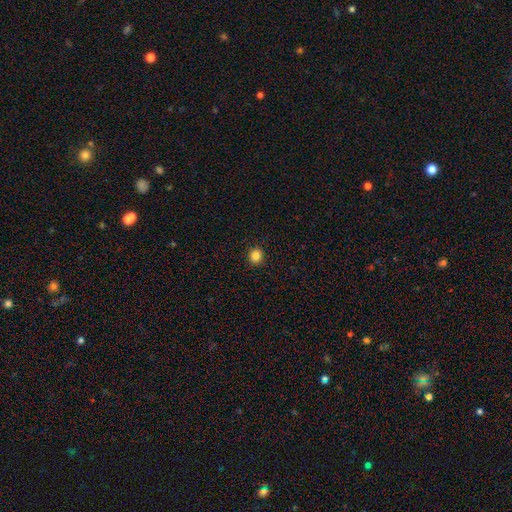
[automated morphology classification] A smooth galaxy with no disk features (84%) that is round (91%). Merging: none (93%).